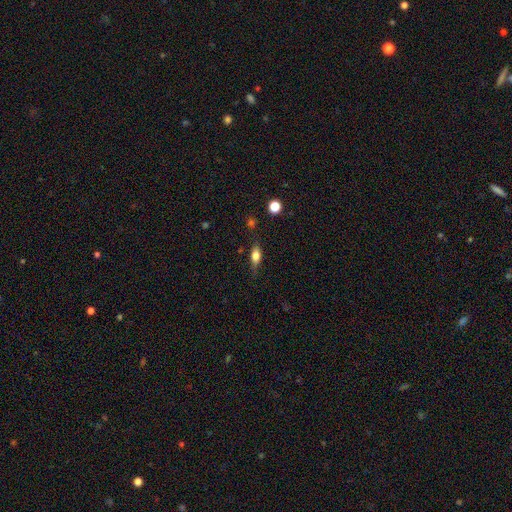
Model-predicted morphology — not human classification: Smooth or featured? Predicted: smooth (p=0.63). How rounded? Predicted: in between (p=0.69). Merging? Predicted: none (p=0.70).